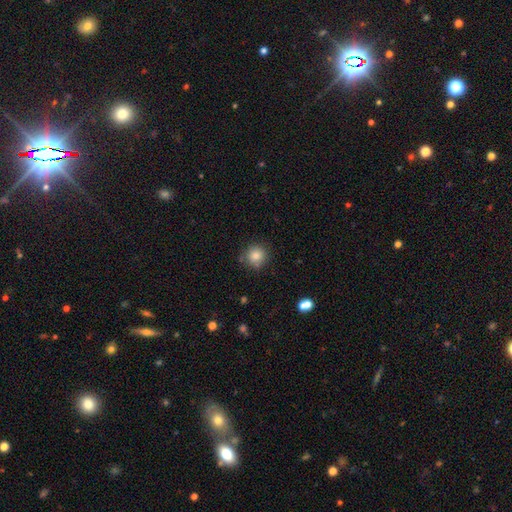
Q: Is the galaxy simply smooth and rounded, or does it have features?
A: smooth — 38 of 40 (95%).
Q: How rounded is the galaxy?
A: round — 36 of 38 (95%).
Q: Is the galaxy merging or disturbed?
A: none — 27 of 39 (69%).